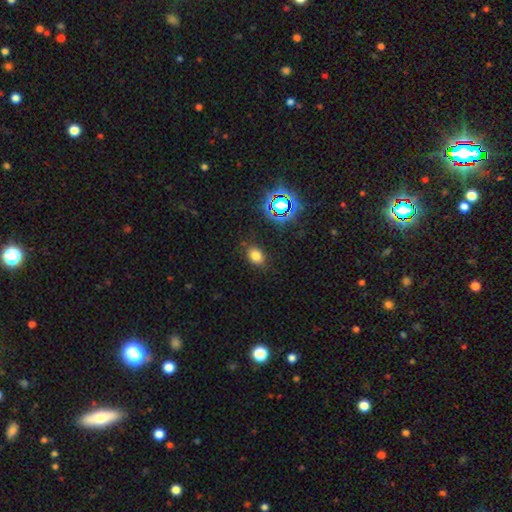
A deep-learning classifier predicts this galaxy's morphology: This is likely a smooth galaxy (75%). How rounded: likely in between (73%). Merging: clearly none (82%).